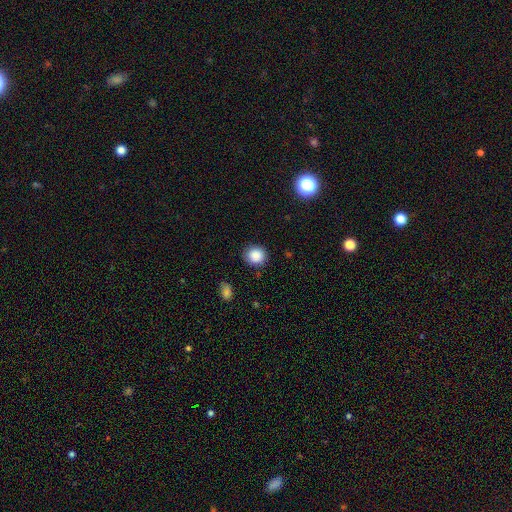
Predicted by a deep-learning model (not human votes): Smooth or featured? Predicted: smooth (p=0.87). How rounded? Predicted: round (p=0.85). Merging? Predicted: none (p=0.86).